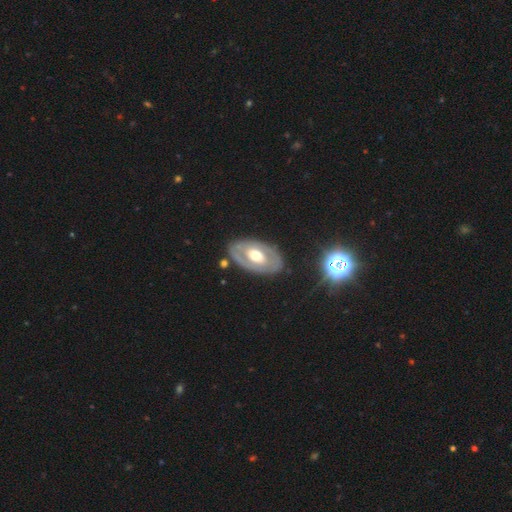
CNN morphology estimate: Smooth or featured? featured or disk (64%)
Edge-on disk? no (91%)
Bar? no (65%)
Spiral arms? no (70%)
Bulge size? moderate (68%)
Merging? none (79%)